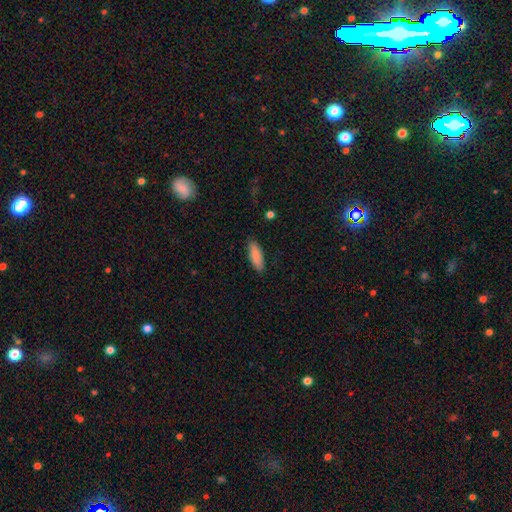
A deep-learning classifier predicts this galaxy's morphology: A smooth galaxy with no disk features (85%) that is in between round and cigar-shaped (64%).

Vote fractions:
- Smooth or featured? smooth: 85% / featured or disk: 9% / star or artifact: 6%
- How rounded? in between: 64% / cigar-shaped: 35% / round: 2%
- Merging? none: 87% / minor disturbance: 10% / major disturbance: 2% / merger: 1%